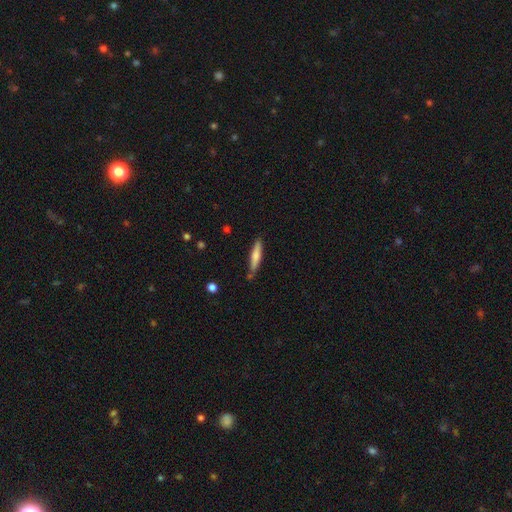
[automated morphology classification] smooth-or-featured: smooth: 67% | featured or disk: 28% | star or artifact: 6%
  how-rounded: cigar-shaped: 88% | in between: 11% | round: 1%
  merging: none: 78% | minor disturbance: 15% | merger: 4% | major disturbance: 3%